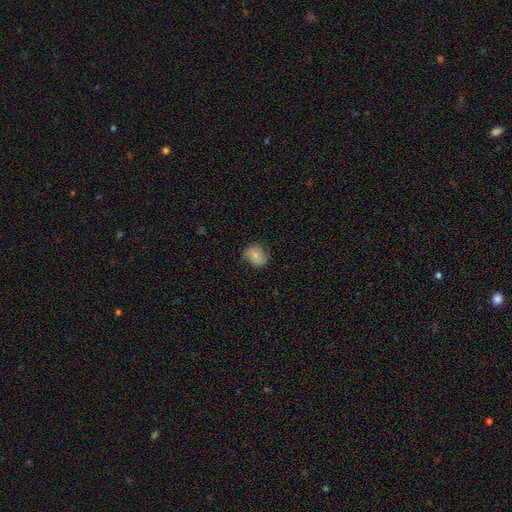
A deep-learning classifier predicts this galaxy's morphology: smooth-or-featured: smooth: 75% | featured or disk: 16% | star or artifact: 8%
  how-rounded: round: 57% | in between: 42% | cigar-shaped: 1%
  merging: none: 67% | minor disturbance: 25% | major disturbance: 7% | merger: 1%